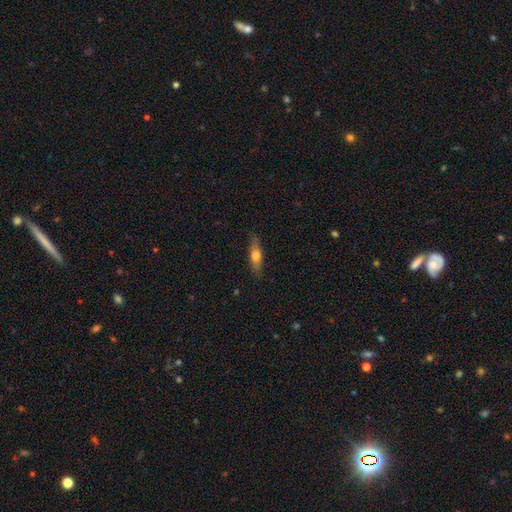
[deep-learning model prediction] Smooth or featured: smooth — 62% (featured or disk — 32%)
How rounded: cigar-shaped — 53% (in between — 44%)
Merging: none — 85% (minor disturbance — 12%)